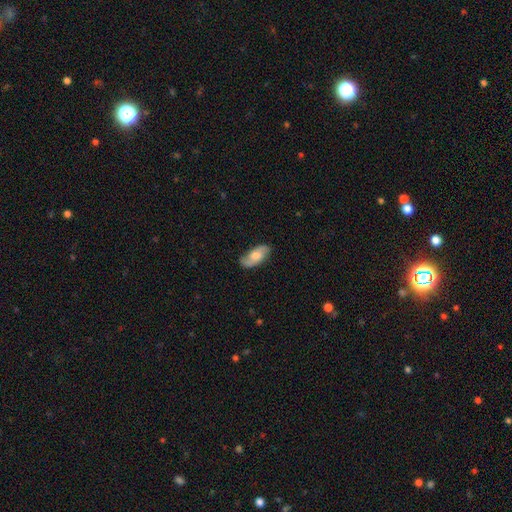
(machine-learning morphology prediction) Overall: featured or disk (56%; smooth 37%). Edge-on disk: no (92%). Bar: no (61%; weak 33%). Spiral arms: yes (89%). Bulge size: moderate (47%; large 24%). Merging: none (80%).